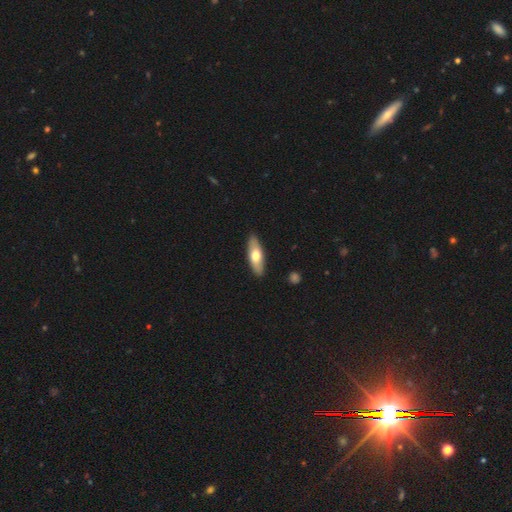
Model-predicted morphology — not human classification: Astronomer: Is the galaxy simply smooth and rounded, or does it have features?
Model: smooth — 62%.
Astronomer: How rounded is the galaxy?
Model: in between — 60% (runner-up: cigar-shaped, 37%).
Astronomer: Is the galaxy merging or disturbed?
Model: none — 89%.